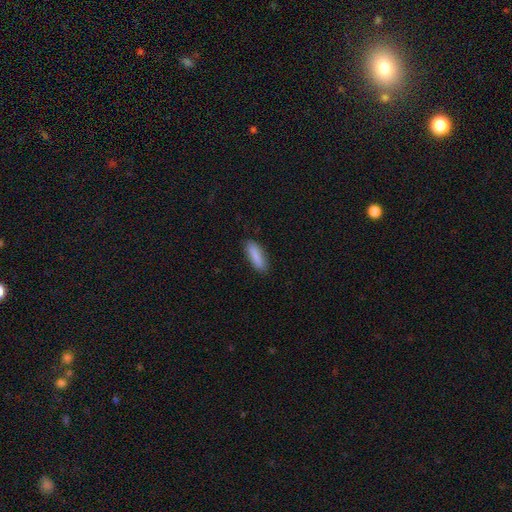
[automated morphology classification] A smooth galaxy with no disk features (85%) that is cigar-shaped (56%). Merging: none (85%).